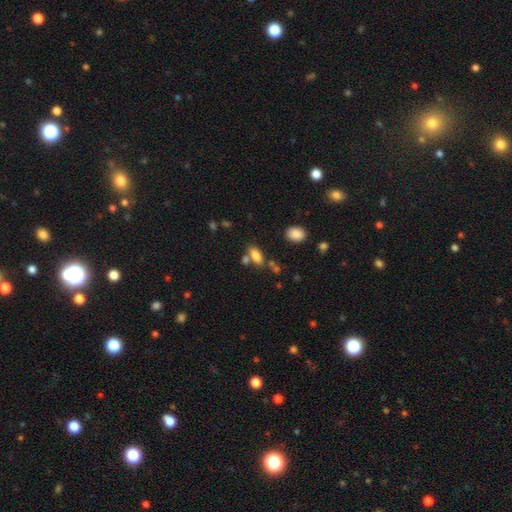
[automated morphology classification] Q: Smooth or featured?
A: smooth (82%); runner-up: star or artifact (10%)
Q: How rounded?
A: in between (82%); runner-up: cigar-shaped (14%)
Q: Merging?
A: none (58%); runner-up: merger (24%)